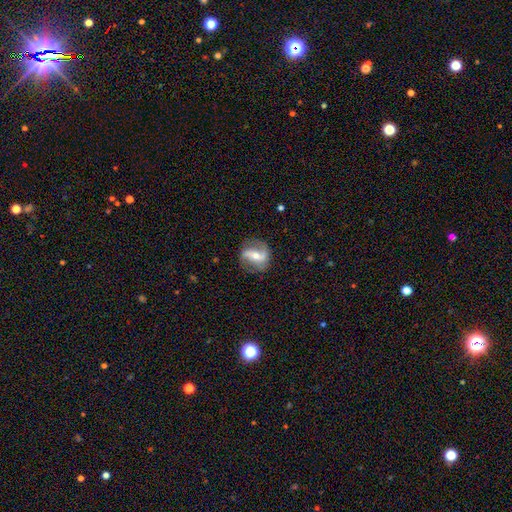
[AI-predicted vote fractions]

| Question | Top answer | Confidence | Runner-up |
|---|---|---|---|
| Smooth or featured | featured or disk | 76% | smooth (17%) |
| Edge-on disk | no | 93% | yes (7%) |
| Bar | strong | 53% | weak (29%) |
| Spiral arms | yes | 84% | no (16%) |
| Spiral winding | loose | 46% | medium (35%) |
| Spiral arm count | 2 | 85% | can't tell (7%) |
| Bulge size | moderate | 55% | small (40%) |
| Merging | none | 77% | minor disturbance (15%) |